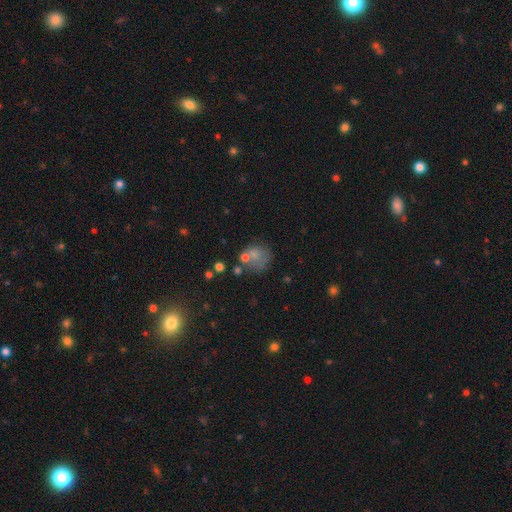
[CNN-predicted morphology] smooth_or_featured: smooth (p=0.65) [alt: featured or disk p=0.20]
how_rounded: round (p=0.78) [alt: in between p=0.21]
merging: none (p=0.49) [alt: minor disturbance p=0.20]